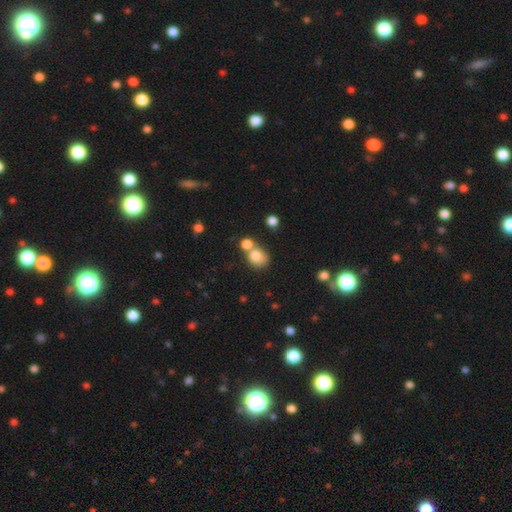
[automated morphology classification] smooth_or_featured: smooth (p=0.80) [alt: star or artifact p=0.11]
how_rounded: round (p=0.65) [alt: in between p=0.33]
merging: none (p=0.42) [alt: merger p=0.41]